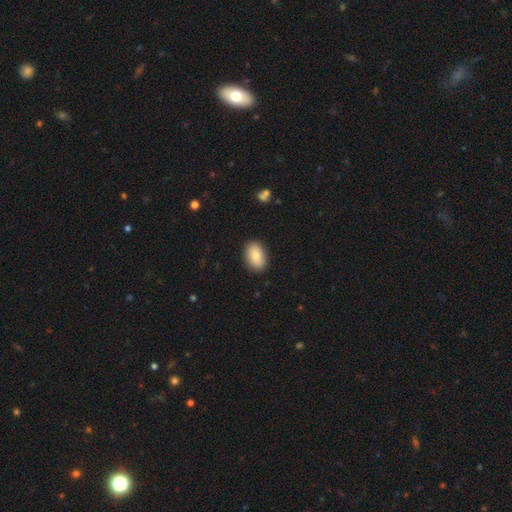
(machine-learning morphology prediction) This is clearly a smooth galaxy (84%). How rounded: clearly in between (89%). Merging: clearly none (88%).